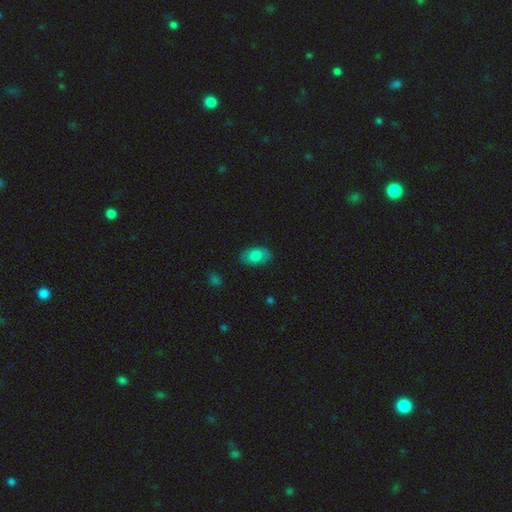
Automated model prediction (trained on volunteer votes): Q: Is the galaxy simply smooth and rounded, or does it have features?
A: smooth — 80%.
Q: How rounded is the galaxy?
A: in between — 91%.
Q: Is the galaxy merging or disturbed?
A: none — 84%.